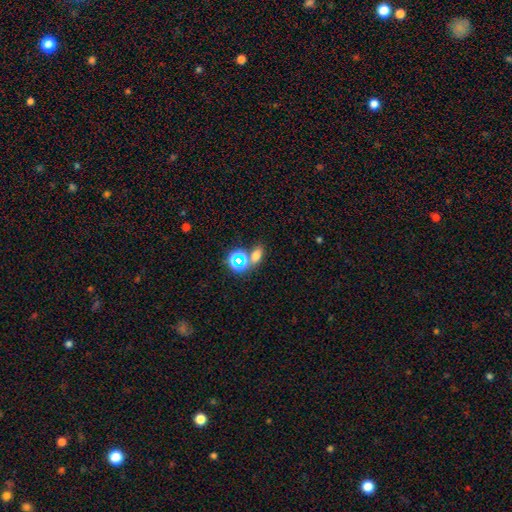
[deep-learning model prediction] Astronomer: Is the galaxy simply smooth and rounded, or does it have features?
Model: smooth — 65%.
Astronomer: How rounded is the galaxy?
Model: in between — 69%.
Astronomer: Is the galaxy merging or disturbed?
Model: none — 58%.